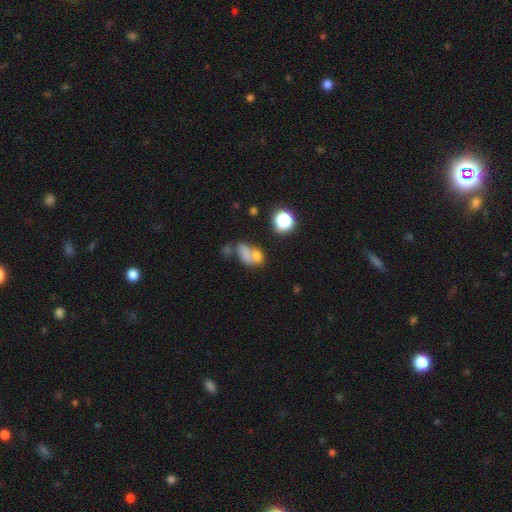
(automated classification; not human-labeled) smooth_or_featured: smooth (p=0.66) [alt: featured or disk p=0.19]
how_rounded: in between (p=0.73) [alt: round p=0.25]
merging: merger (p=0.53) [alt: none p=0.23]